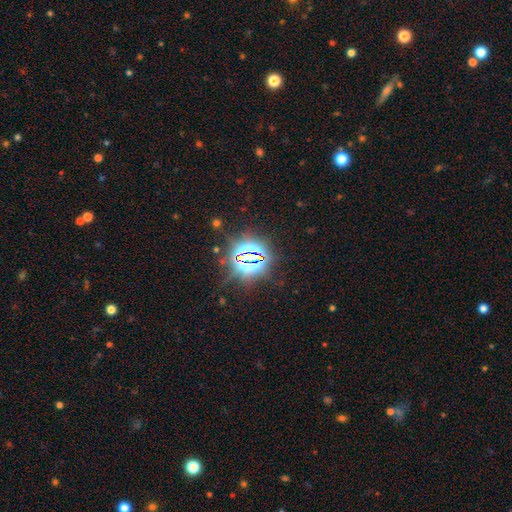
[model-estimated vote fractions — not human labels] A star or artifact, not a galaxy (81%).

Vote fractions:
- Smooth or featured? star or artifact: 81% / smooth: 11% / featured or disk: 8%